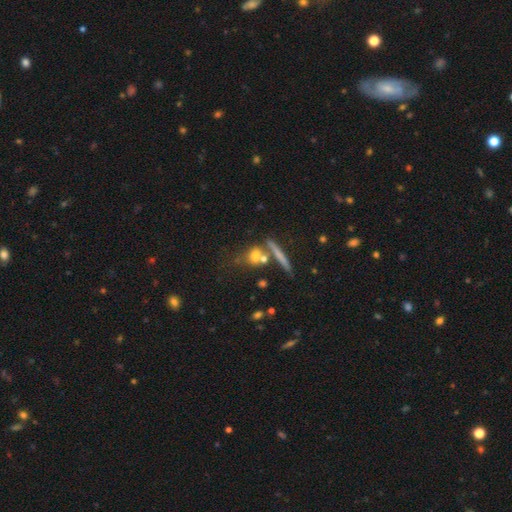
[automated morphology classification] Overall: smooth (63%; featured or disk 25%). How rounded: round (47%; in between 27%). Merging: none (53%; merger 26%).